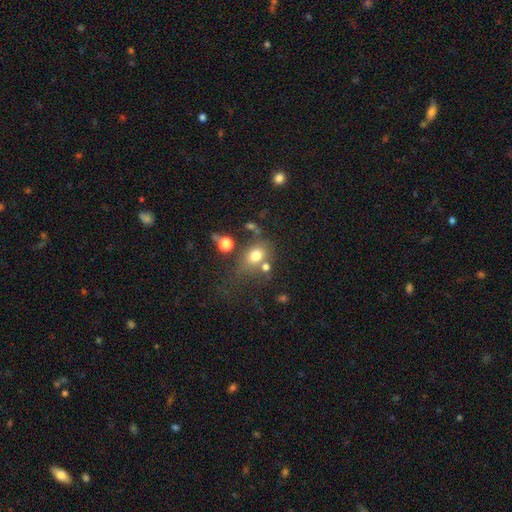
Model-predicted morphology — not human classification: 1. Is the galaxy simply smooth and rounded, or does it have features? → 74% smooth, 13% star or artifact, 13% featured or disk.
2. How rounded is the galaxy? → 57% in between, 42% round, 1% cigar-shaped.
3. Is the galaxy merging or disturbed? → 54% none, 18% minor disturbance, 18% merger, 11% major disturbance.